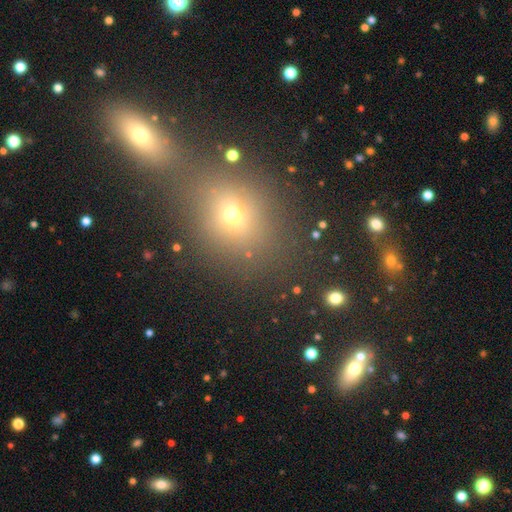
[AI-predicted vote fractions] A smooth galaxy with no disk features (52%) that is round (61%). Merging: none (66%).